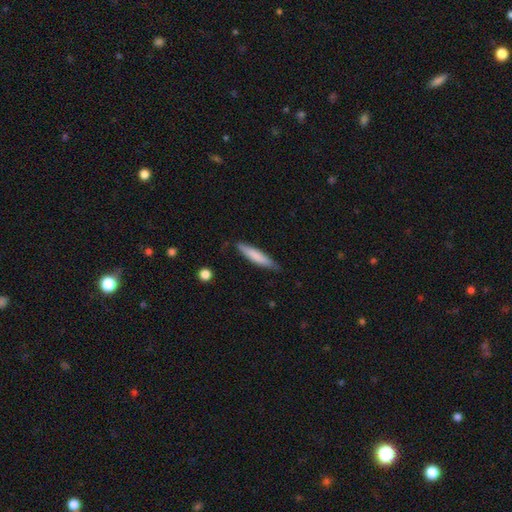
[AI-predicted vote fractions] A smooth galaxy with no disk features (76%) that is cigar-shaped (87%). Merging: none (80%).